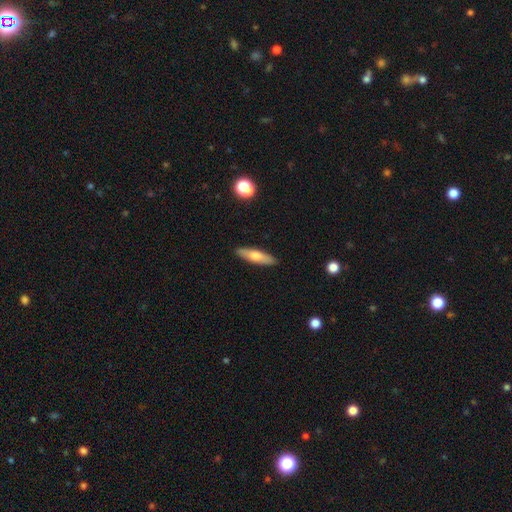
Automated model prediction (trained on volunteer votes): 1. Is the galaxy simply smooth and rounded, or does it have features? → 63% smooth, 31% featured or disk, 6% star or artifact.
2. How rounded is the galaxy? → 70% cigar-shaped, 27% in between, 2% round.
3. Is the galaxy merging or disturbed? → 90% none, 7% minor disturbance, 2% major disturbance, 1% merger.